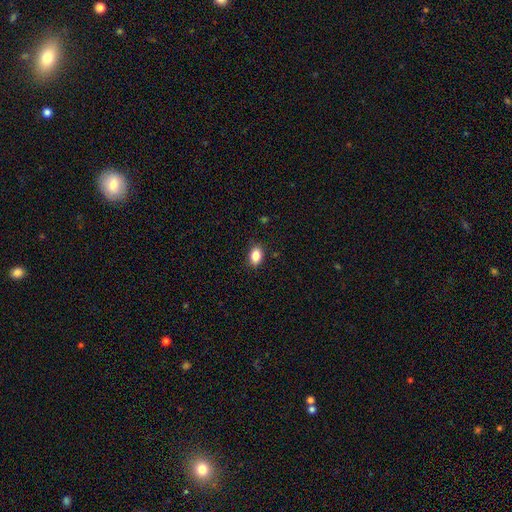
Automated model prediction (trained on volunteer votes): smooth-or-featured: smooth: 85% | star or artifact: 9% | featured or disk: 6%
  how-rounded: in between: 86% | round: 12% | cigar-shaped: 2%
  merging: none: 87% | minor disturbance: 10% | major disturbance: 2% | merger: 1%